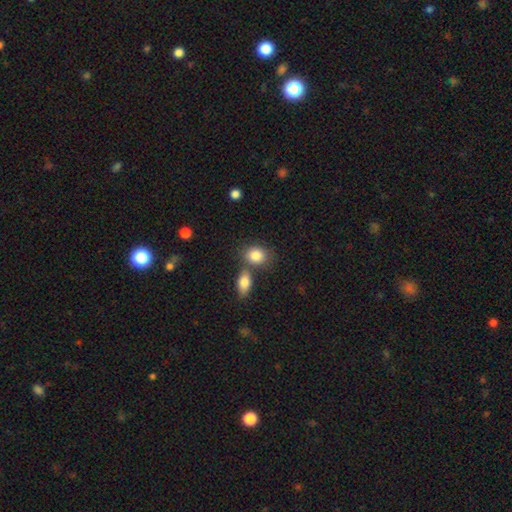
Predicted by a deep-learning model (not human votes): smooth 84%, star or artifact 8%, featured or disk 7%. Down the decision tree: how rounded — in between (54%); merging — none (56%).